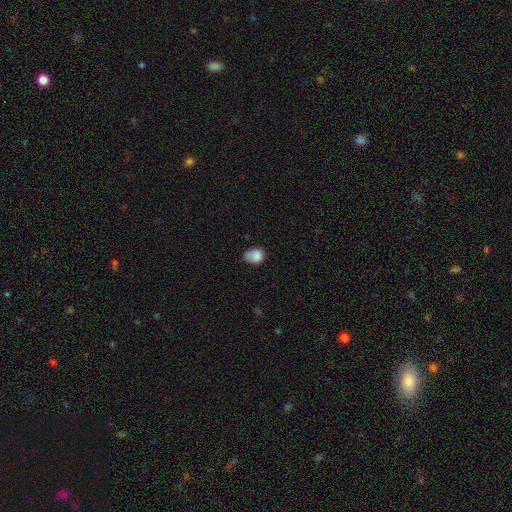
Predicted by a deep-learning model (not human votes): Smooth or featured? Predicted: smooth (p=0.82). How rounded? Predicted: in between (p=0.53). Merging? Predicted: none (p=0.44).